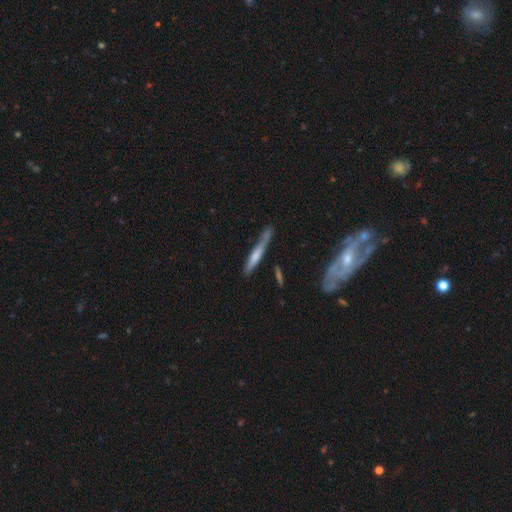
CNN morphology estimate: A smooth galaxy with no disk features (52%) that is cigar-shaped (93%).

Vote fractions:
- Smooth or featured? smooth: 52% / featured or disk: 41% / star or artifact: 7%
- How rounded? cigar-shaped: 93% / in between: 5% / round: 2%
- Merging? none: 59% / minor disturbance: 23% / merger: 9% / major disturbance: 9%